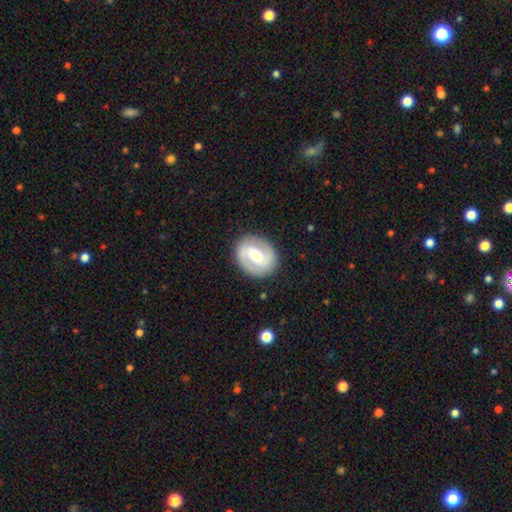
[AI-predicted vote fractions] smooth-or-featured: featured or disk: 77% | smooth: 18% | star or artifact: 5%
  disk-edge-on: no: 98% | yes: 2%
    bar: weak: 49% | strong: 34% | no: 17%
    has-spiral-arms: yes: 90% | no: 10%
      spiral-winding: medium: 45% | tight: 38% | loose: 17%
      spiral-arm-count: 2: 89% | can't tell: 5% | 1: 3% | 3: 2% | 4: 1% | more than 4: 1%
    bulge-size: moderate: 58% | small: 22% | large: 16% | none: 3% | dominant: 2%
  merging: none: 86% | minor disturbance: 10% | major disturbance: 4% | merger: 1%